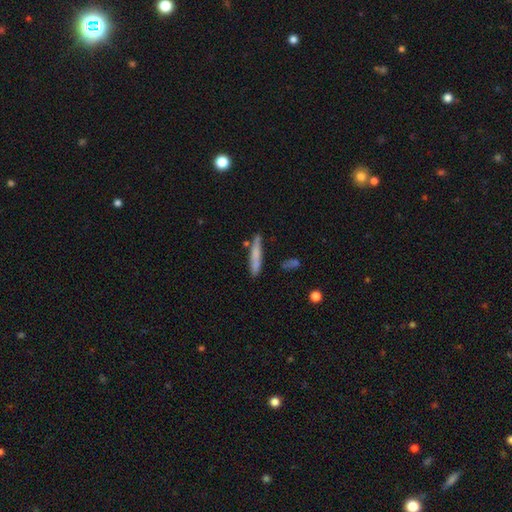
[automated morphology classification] smooth 67%, featured or disk 26%, star or artifact 7%. Down the decision tree: how rounded — cigar-shaped (93%); merging — none (76%).